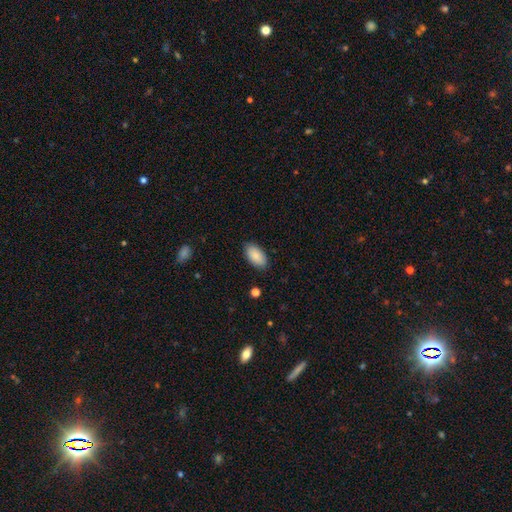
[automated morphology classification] smooth_or_featured: smooth (p=0.87) [alt: featured or disk p=0.06]
how_rounded: in between (p=0.95) [alt: round p=0.03]
merging: none (p=0.87) [alt: minor disturbance p=0.10]